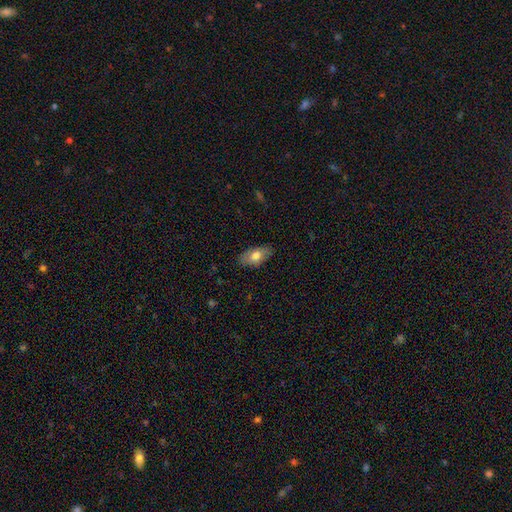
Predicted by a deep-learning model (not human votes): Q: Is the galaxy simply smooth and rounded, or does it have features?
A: smooth — 74%.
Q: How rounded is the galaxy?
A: in between — 91%.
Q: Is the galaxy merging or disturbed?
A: none — 83%.